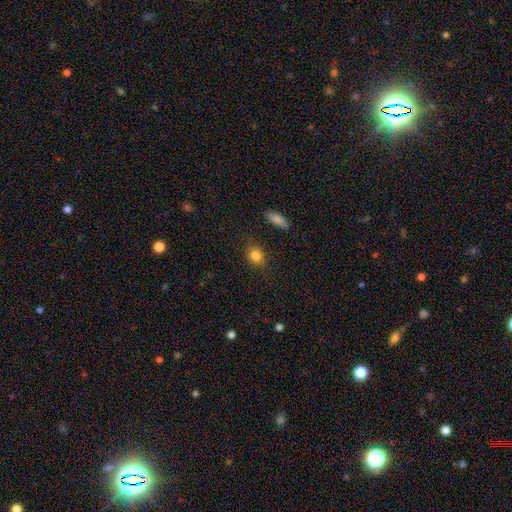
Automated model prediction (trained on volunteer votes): This appears to be a smooth galaxy with no disk features (84%) that is round (60%). Merging: none (82%).